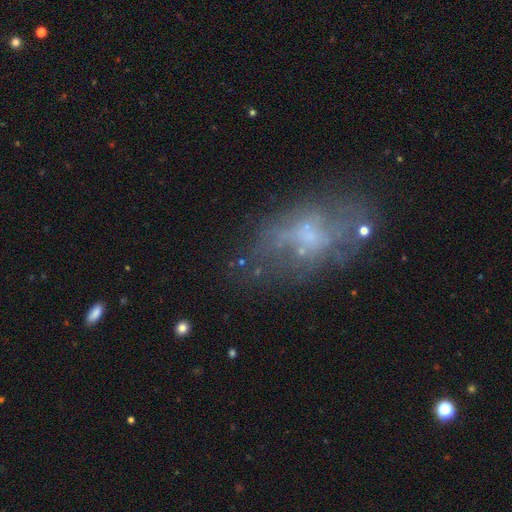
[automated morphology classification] This appears to be a featured or disk galaxy (52%). Merging: none (62%).